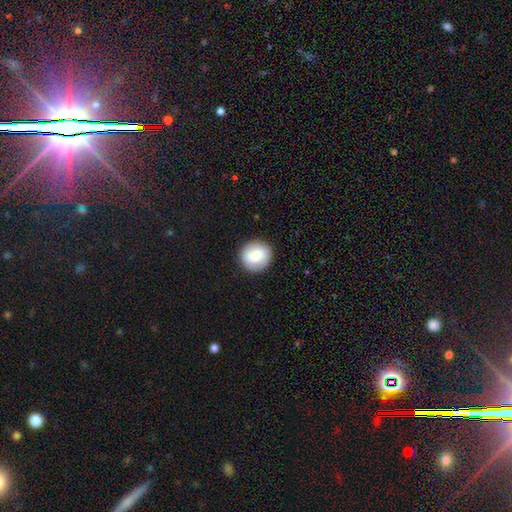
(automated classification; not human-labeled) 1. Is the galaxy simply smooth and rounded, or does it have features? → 81% smooth, 11% featured or disk, 7% star or artifact.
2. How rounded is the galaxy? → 90% round, 9% in between, 1% cigar-shaped.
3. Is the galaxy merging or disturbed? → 90% none, 7% minor disturbance, 2% major disturbance, 1% merger.